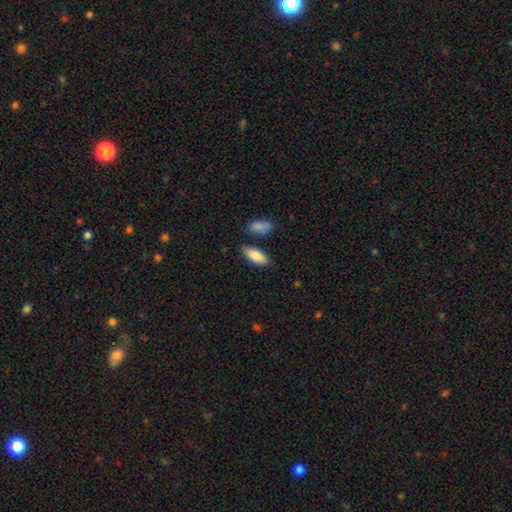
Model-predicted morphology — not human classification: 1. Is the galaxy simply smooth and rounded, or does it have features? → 86% smooth, 8% featured or disk, 6% star or artifact.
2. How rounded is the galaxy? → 84% in between, 14% cigar-shaped, 2% round.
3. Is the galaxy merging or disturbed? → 80% none, 12% minor disturbance, 5% merger, 3% major disturbance.